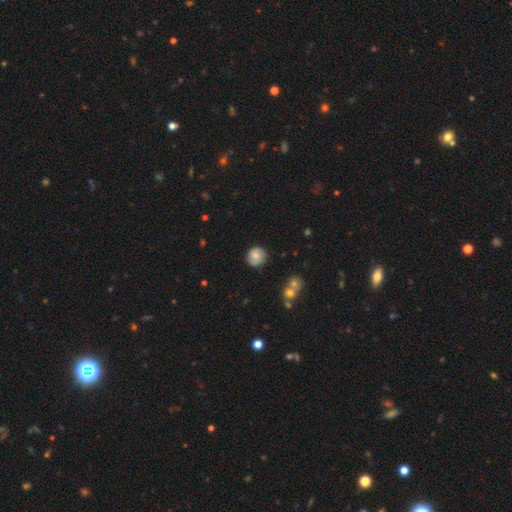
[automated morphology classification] A smooth galaxy with no disk features (66%) that is round (87%). Merging: none (81%).